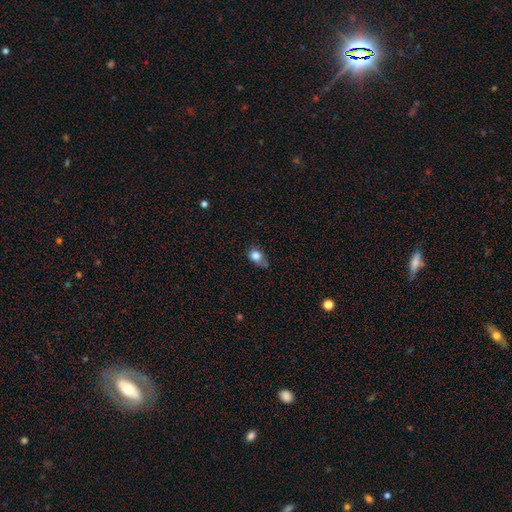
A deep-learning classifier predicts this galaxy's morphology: Smooth or featured?
  - smooth: 80% *
  - featured or disk: 10%
  - star or artifact: 10%
How rounded?
  - in between: 55% *
  - round: 43%
  - cigar-shaped: 2%
Merging?
  - minor disturbance: 41% *
  - none: 39%
  - major disturbance: 16%
  - merger: 5%